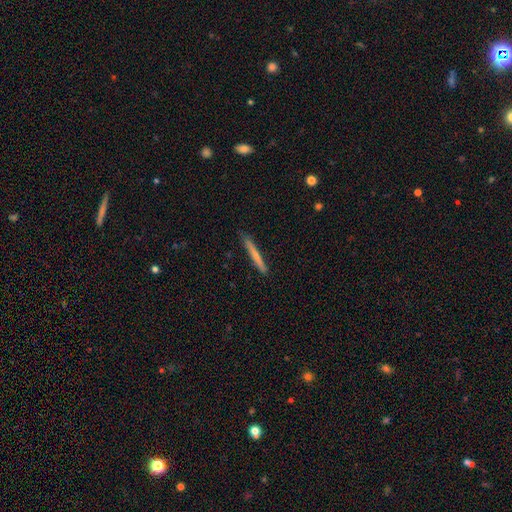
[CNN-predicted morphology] A smooth galaxy with no disk features (57%) that is cigar-shaped (96%). Merging: none (87%).